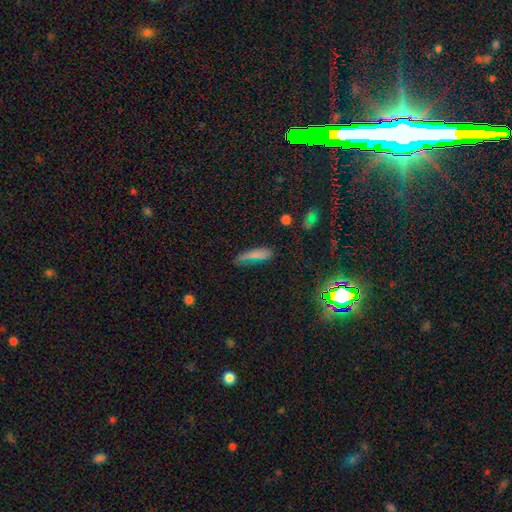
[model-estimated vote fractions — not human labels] A smooth galaxy with no disk features (72%) that is cigar-shaped (69%). Merging: none (62%).